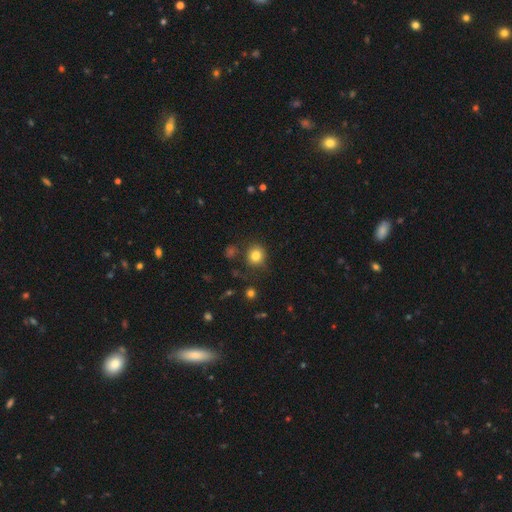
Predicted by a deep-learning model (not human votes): Smooth or featured: smooth — 81% (star or artifact — 12%)
How rounded: round — 86% (in between — 13%)
Merging: none — 83% (minor disturbance — 10%)